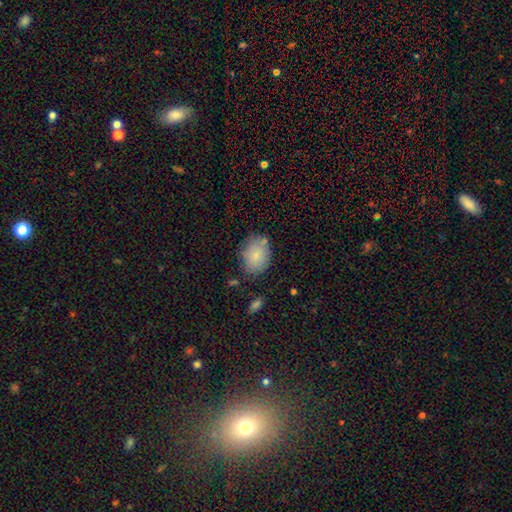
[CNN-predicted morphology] smooth 81%, featured or disk 11%, star or artifact 7%. Down the decision tree: how rounded — in between (71%); merging — none (72%).